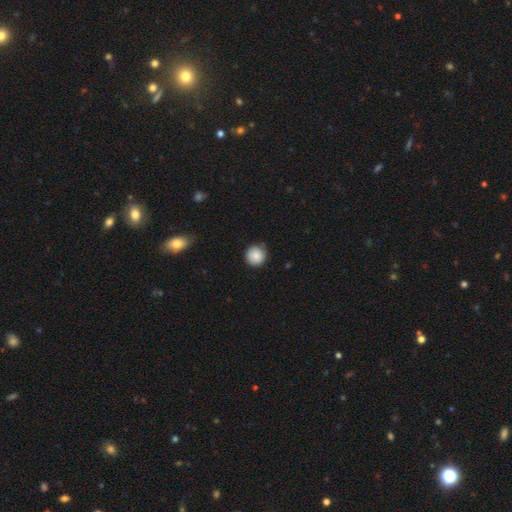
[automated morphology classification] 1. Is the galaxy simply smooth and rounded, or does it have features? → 87% smooth, 8% star or artifact, 4% featured or disk.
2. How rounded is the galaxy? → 94% round, 5% in between, 1% cigar-shaped.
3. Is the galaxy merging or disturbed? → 82% none, 14% minor disturbance, 2% major disturbance, 1% merger.